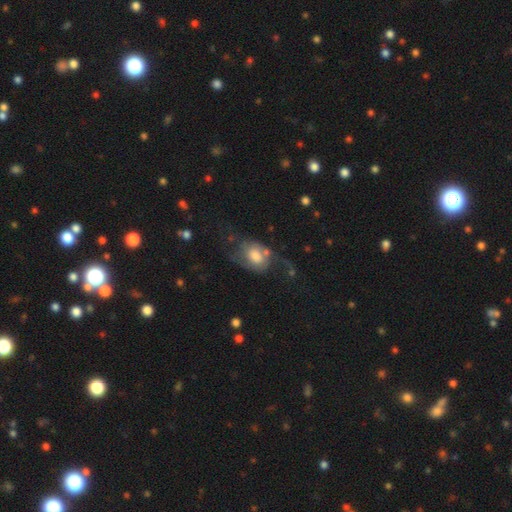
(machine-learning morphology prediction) Smooth or featured: featured or disk — 58% (smooth — 34%)
Edge-on disk: no — 96% (yes — 4%)
Bar: no — 70% (weak — 26%)
Spiral arms: yes — 76% (no — 24%)
Bulge size: moderate — 44% (large — 36%)
Merging: none — 37% (major disturbance — 34%)